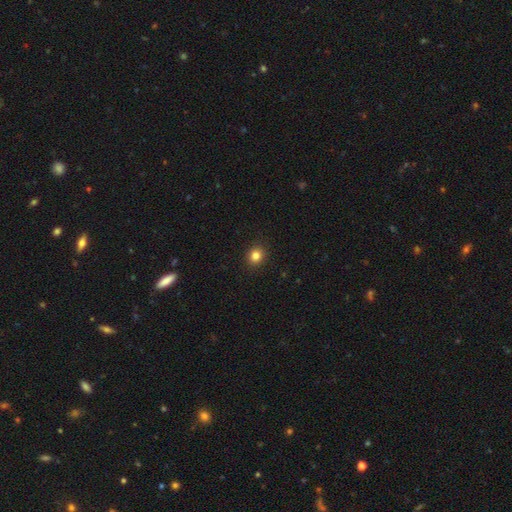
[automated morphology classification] smooth_or_featured: smooth (p=0.84) [alt: star or artifact p=0.12]
how_rounded: round (p=0.78) [alt: in between p=0.21]
merging: none (p=0.92) [alt: minor disturbance p=0.06]